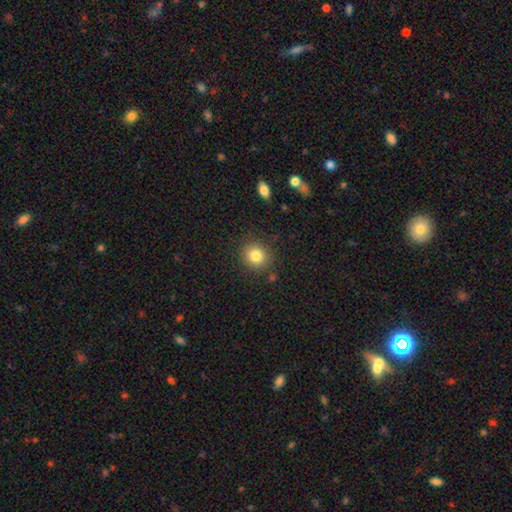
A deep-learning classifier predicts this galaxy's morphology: This appears to be a smooth galaxy with no disk features (82%) that is round (83%). Merging: none (87%).